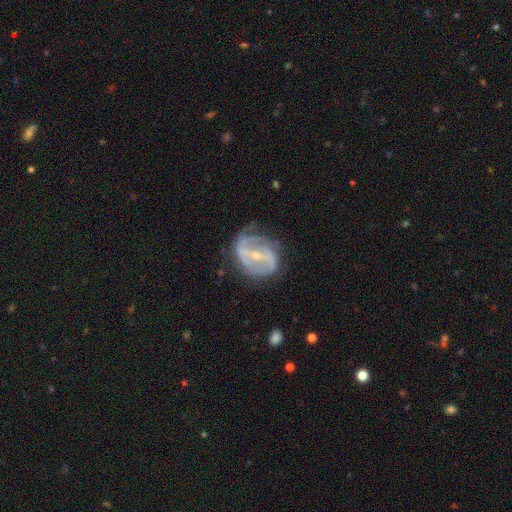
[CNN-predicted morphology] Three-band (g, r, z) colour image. It shows a featured or disk galaxy (85%) with a strong bar (56%), 2 (64%) medium (44%) spiral arms (88%) and a small central bulge (61%). Merging: none (56%).